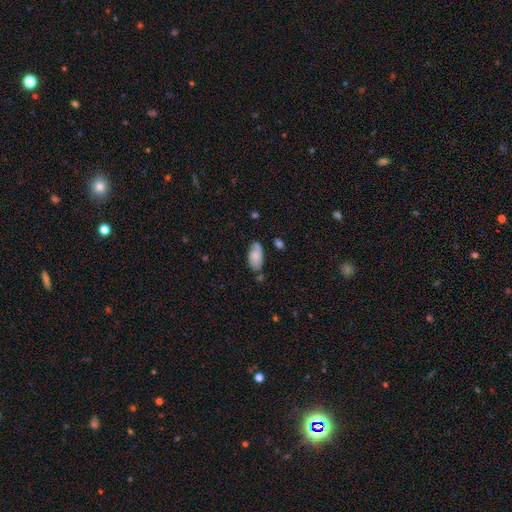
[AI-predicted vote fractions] smooth-or-featured: smooth: 72% | featured or disk: 21% | star or artifact: 7%
  how-rounded: in between: 93% | cigar-shaped: 4% | round: 3%
  merging: none: 60% | minor disturbance: 27% | merger: 7% | major disturbance: 7%